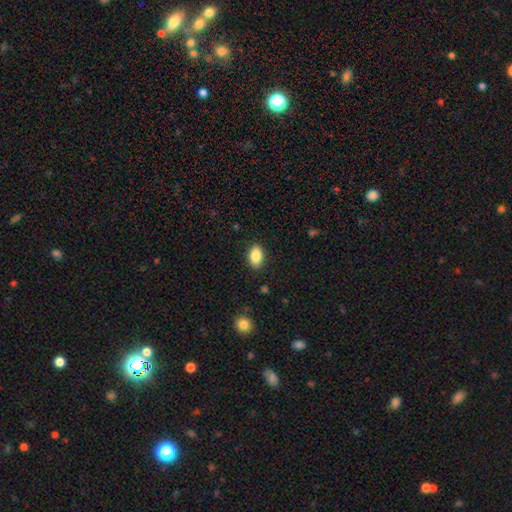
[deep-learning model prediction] Q: Smooth or featured?
A: smooth (87%); runner-up: star or artifact (8%)
Q: How rounded?
A: in between (88%); runner-up: round (11%)
Q: Merging?
A: none (87%); runner-up: minor disturbance (9%)